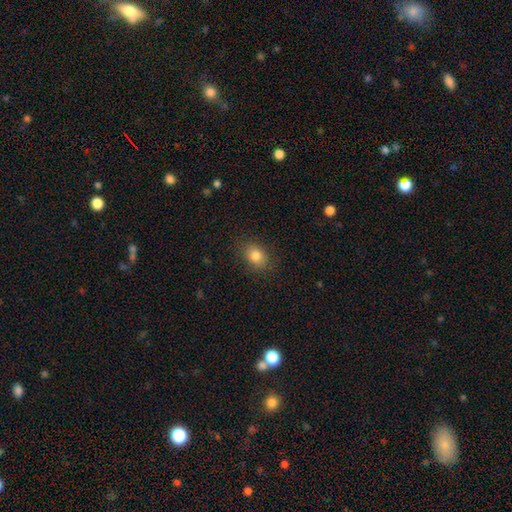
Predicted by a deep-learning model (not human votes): The model was most divided on "how rounded": in between: 61%, round: 38%, cigar-shaped: 1%. More confident: merging — none (85%); smooth or featured — smooth (83%).